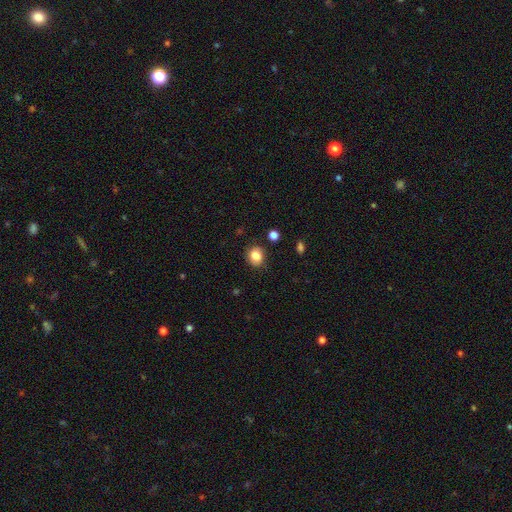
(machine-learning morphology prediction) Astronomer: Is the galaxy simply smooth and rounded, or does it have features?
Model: smooth — 82%.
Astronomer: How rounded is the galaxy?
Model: round — 70%.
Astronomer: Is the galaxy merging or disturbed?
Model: none — 82%.